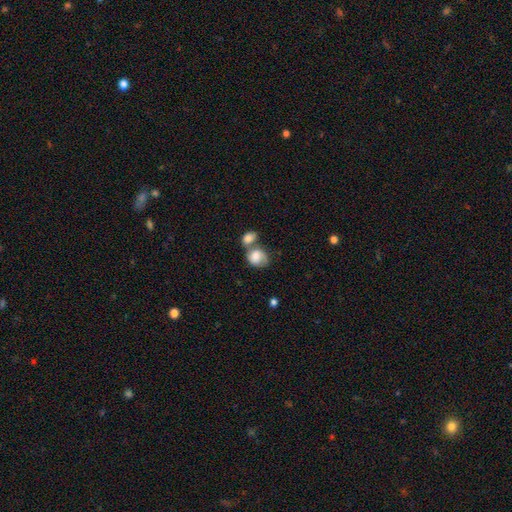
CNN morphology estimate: Smooth or featured?
  - smooth: 66% *
  - featured or disk: 27%
  - star or artifact: 7%
How rounded?
  - round: 51% *
  - in between: 48%
  - cigar-shaped: 1%
Merging?
  - merger: 57% *
  - none: 24%
  - minor disturbance: 12%
  - major disturbance: 7%